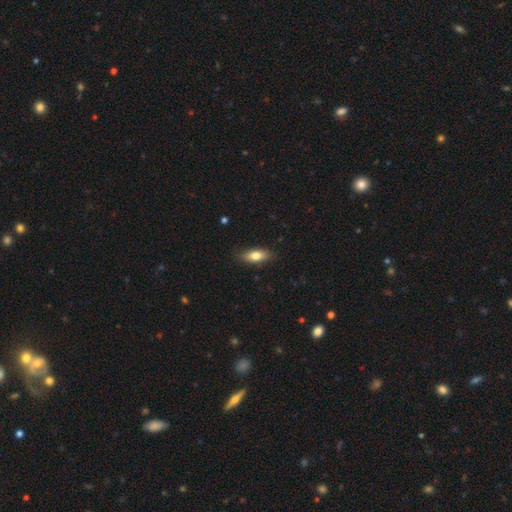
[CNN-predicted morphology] smooth_or_featured: smooth (p=0.77) [alt: featured or disk p=0.16]
how_rounded: in between (p=0.74) [alt: cigar-shaped p=0.23]
merging: none (p=0.81) [alt: minor disturbance p=0.15]